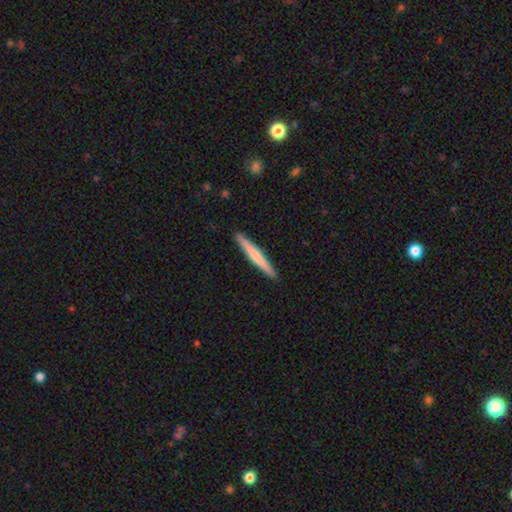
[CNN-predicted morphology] This is possibly a smooth galaxy (57%). How rounded: clearly cigar-shaped (96%). Merging: clearly none (92%).